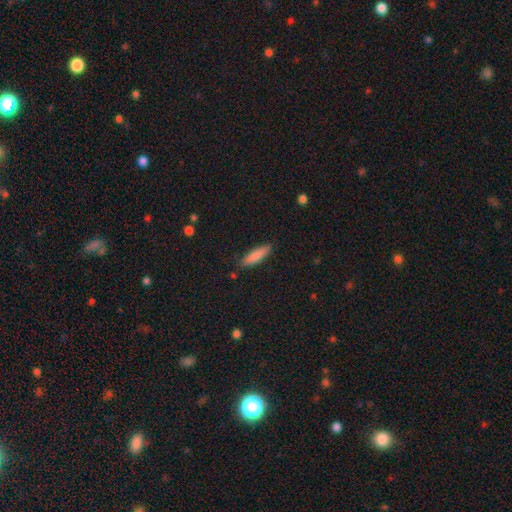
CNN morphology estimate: The model was most divided on "how rounded": cigar-shaped: 72%, in between: 27%, round: 1%. More confident: merging — none (86%); smooth or featured — smooth (83%).